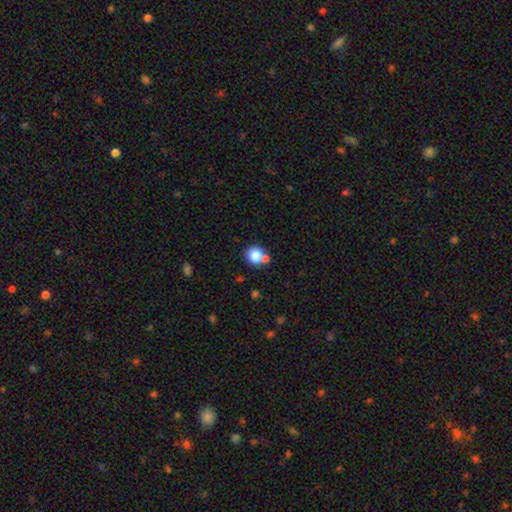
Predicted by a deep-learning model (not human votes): A smooth galaxy with no disk features (82%) that is round (86%). Merging: none (56%).